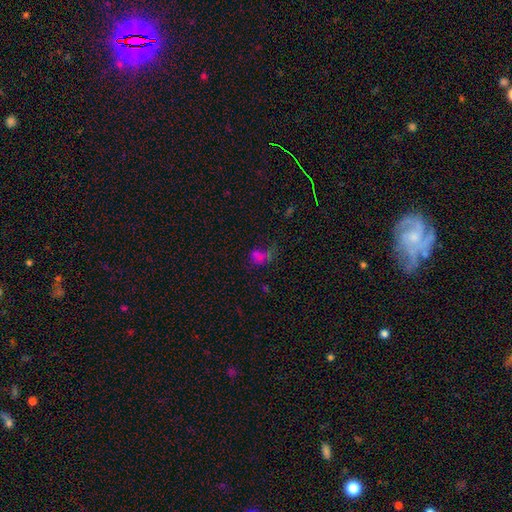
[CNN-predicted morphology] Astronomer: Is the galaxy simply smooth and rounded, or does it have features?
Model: star or artifact — 43% (runner-up: smooth, 38%).